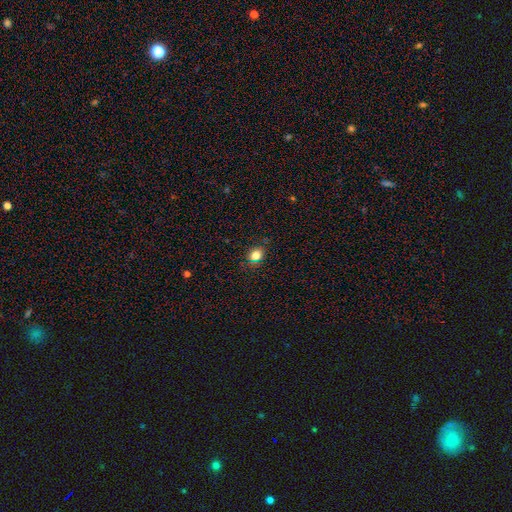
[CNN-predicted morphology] smooth-or-featured: smooth: 80% | star or artifact: 14% | featured or disk: 6%
  how-rounded: round: 57% | in between: 42% | cigar-shaped: 1%
  merging: none: 84% | minor disturbance: 11% | major disturbance: 3% | merger: 1%